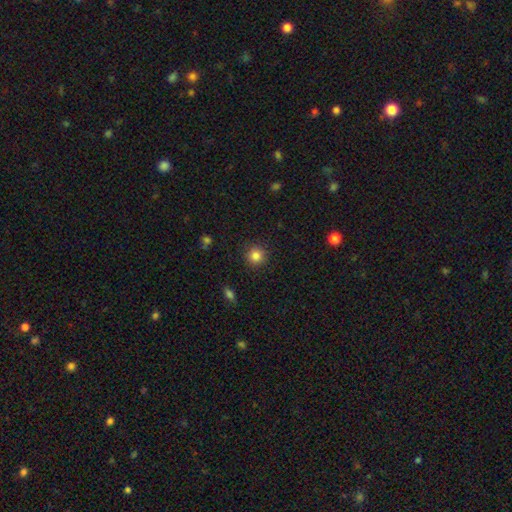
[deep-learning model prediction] A smooth galaxy with no disk features (83%) that is round (94%). Merging: none (90%).